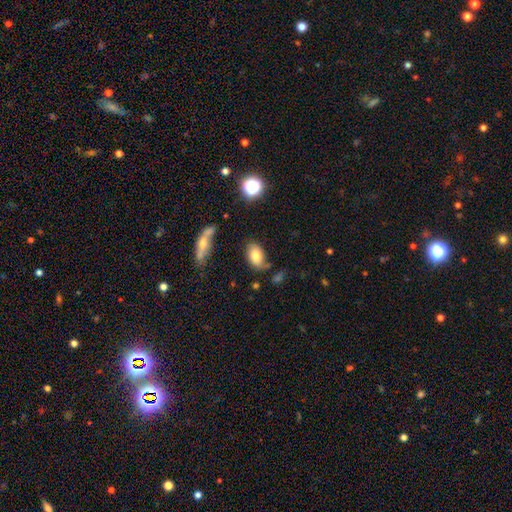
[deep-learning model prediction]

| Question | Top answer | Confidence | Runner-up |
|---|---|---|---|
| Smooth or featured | smooth | 77% | featured or disk (14%) |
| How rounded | in between | 91% | round (7%) |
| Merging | none | 67% | minor disturbance (20%) |